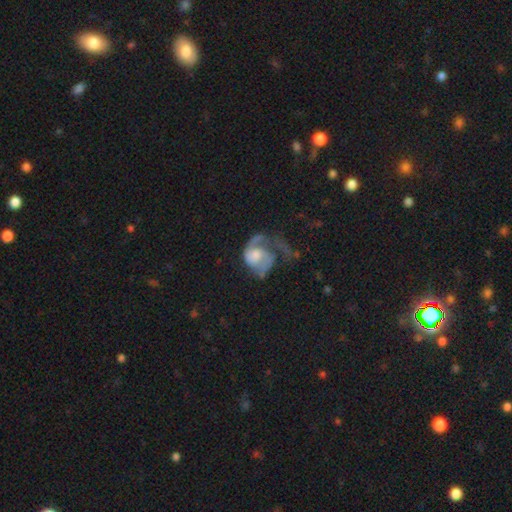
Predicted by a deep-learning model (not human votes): smooth-or-featured: featured or disk: 70% | smooth: 23% | star or artifact: 7%
  disk-edge-on: no: 98% | yes: 2%
    bar: no: 71% | weak: 25% | strong: 4%
    has-spiral-arms: yes: 84% | no: 16%
      spiral-winding: medium: 41% | loose: 33% | tight: 26%
      spiral-arm-count: 2: 44% | 1: 41% | can't tell: 10% | 3: 3% | 4: 1% | more than 4: 1%
    bulge-size: moderate: 43% | small: 22% | large: 21% | none: 11% | dominant: 3%
  merging: major disturbance: 51% | none: 24% | minor disturbance: 19% | merger: 5%